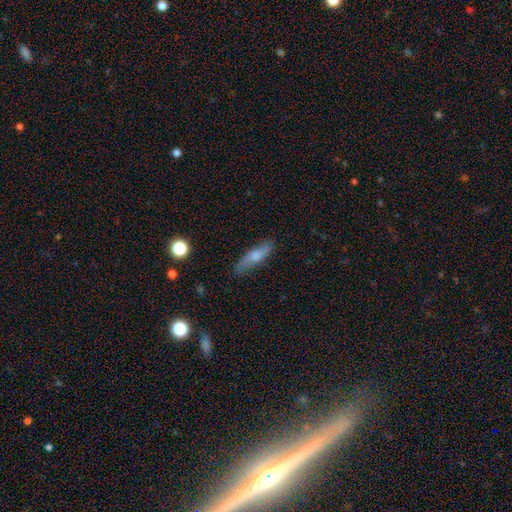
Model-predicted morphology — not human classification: This is likely a smooth galaxy (64%). How rounded: likely cigar-shaped (66%). Merging: likely none (80%).